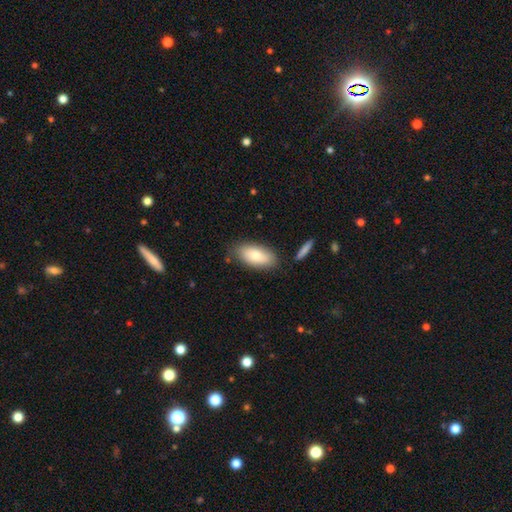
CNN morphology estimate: smooth_or_featured: smooth (p=0.79) [alt: featured or disk p=0.15]
how_rounded: in between (p=0.91) [alt: cigar-shaped p=0.07]
merging: none (p=0.77) [alt: minor disturbance p=0.15]